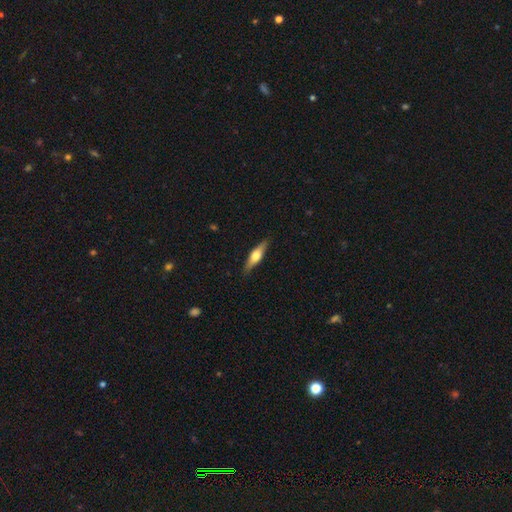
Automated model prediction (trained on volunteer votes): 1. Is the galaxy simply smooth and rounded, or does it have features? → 51% featured or disk, 44% smooth, 5% star or artifact.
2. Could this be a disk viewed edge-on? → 94% yes, 6% no.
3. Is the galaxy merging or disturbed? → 88% none, 9% minor disturbance, 2% major disturbance, 1% merger.